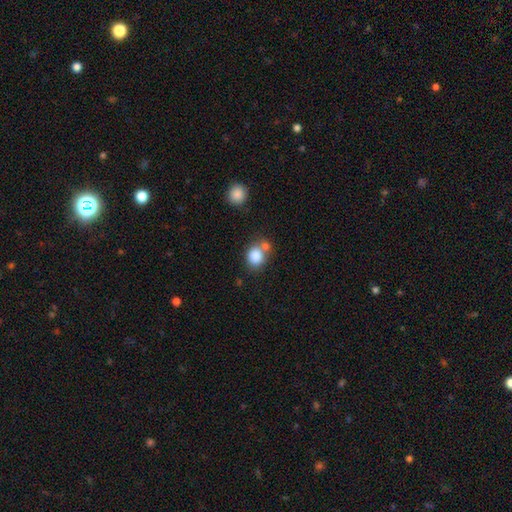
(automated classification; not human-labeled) Smooth or featured? Predicted: smooth (p=0.84). How rounded? Predicted: round (p=0.68). Merging? Predicted: none (p=0.52).